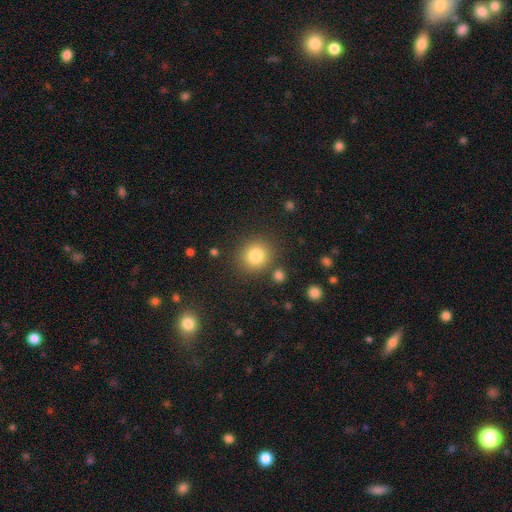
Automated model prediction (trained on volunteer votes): Smooth or featured?
  - smooth: 83% *
  - star or artifact: 11%
  - featured or disk: 7%
How rounded?
  - round: 85% *
  - in between: 14%
  - cigar-shaped: 1%
Merging?
  - none: 83% *
  - minor disturbance: 9%
  - merger: 5%
  - major disturbance: 4%